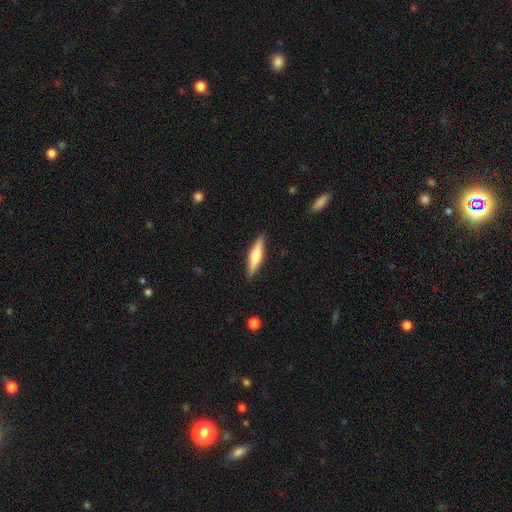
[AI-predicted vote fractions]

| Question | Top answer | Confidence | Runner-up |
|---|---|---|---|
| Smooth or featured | smooth | 51% | featured or disk (44%) |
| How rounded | cigar-shaped | 74% | in between (24%) |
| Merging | none | 89% | minor disturbance (8%) |